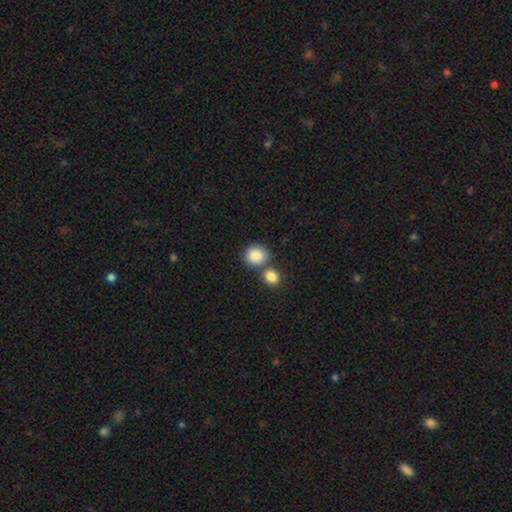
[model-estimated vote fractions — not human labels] Overall: smooth (87%). How rounded: round (83%). Merging: none (60%; merger 27%).